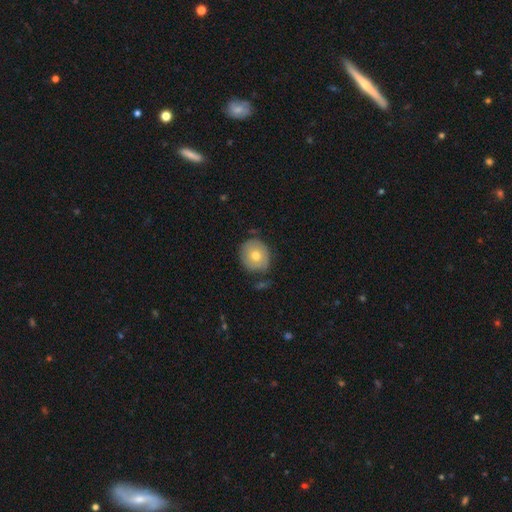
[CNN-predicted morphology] smooth 62%, featured or disk 31%, star or artifact 8%. Down the decision tree: how rounded — round (85%); merging — none (74%).